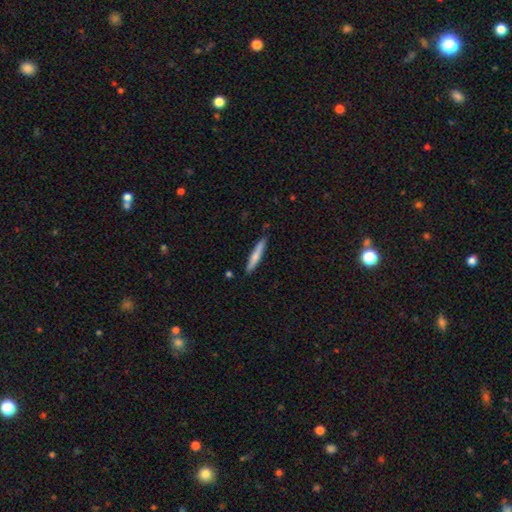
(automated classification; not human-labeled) Smooth or featured? Predicted: smooth (p=0.69). How rounded? Predicted: cigar-shaped (p=0.94). Merging? Predicted: none (p=0.85).